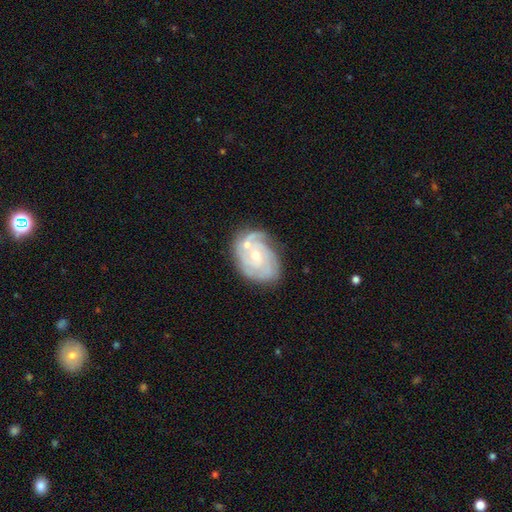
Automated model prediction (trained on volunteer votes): Smooth or featured?
  - featured or disk: 82% *
  - smooth: 11%
  - star or artifact: 7%
Edge-on disk?
  - no: 97% *
  - yes: 3%
Bar?
  - no: 68% *
  - weak: 27%
  - strong: 5%
Spiral arms?
  - yes: 95% *
  - no: 5%
Spiral winding?
  - tight: 67% *
  - medium: 27%
  - loose: 6%
Spiral arm count?
  - 3: 29% *
  - can't tell: 27%
  - 4: 17%
  - 2: 16%
  - more than 4: 6%
  - 1: 5%
Bulge size?
  - small: 55% *
  - moderate: 41%
  - large: 1%
  - none: 1%
  - dominant: 1%
Merging?
  - none: 64% *
  - minor disturbance: 19%
  - merger: 10%
  - major disturbance: 7%